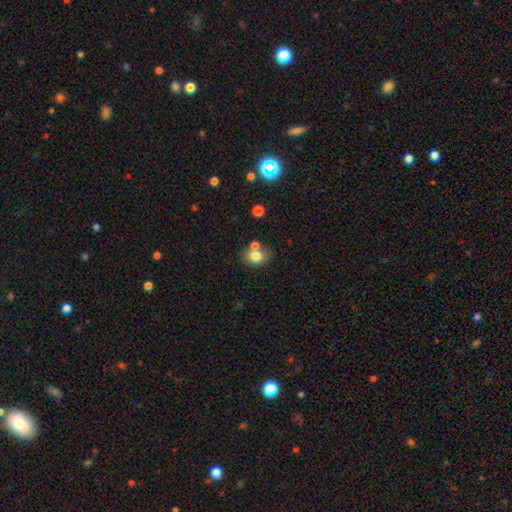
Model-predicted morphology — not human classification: Smooth or featured? smooth (77%)
How rounded? in between (60%)
Merging? none (57%)